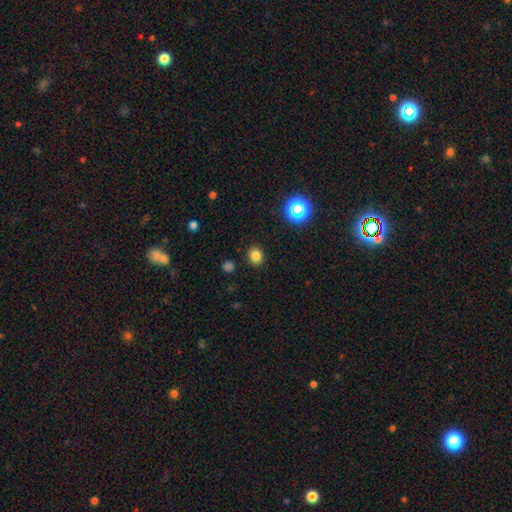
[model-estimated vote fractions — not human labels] Smooth or featured? smooth (80%)
How rounded? round (73%)
Merging? none (89%)